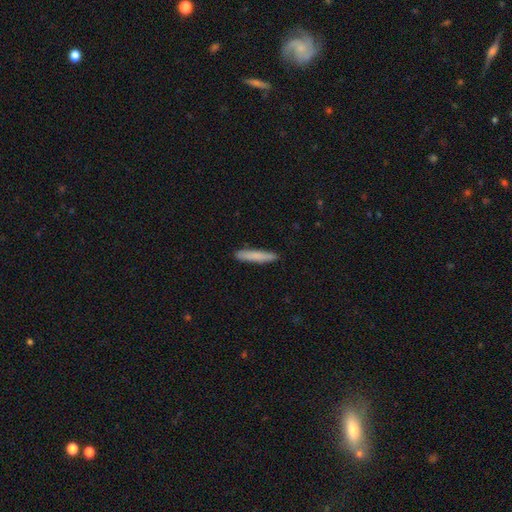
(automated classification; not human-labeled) smooth_or_featured: smooth (p=0.80) [alt: featured or disk p=0.14]
how_rounded: cigar-shaped (p=0.92) [alt: in between p=0.06]
merging: none (p=0.90) [alt: minor disturbance p=0.07]